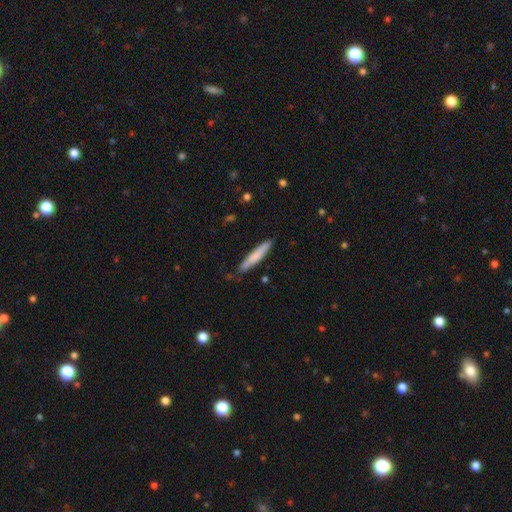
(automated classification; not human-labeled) Smooth or featured: smooth — 72% (featured or disk — 23%)
How rounded: cigar-shaped — 93% (in between — 6%)
Merging: none — 83% (minor disturbance — 13%)